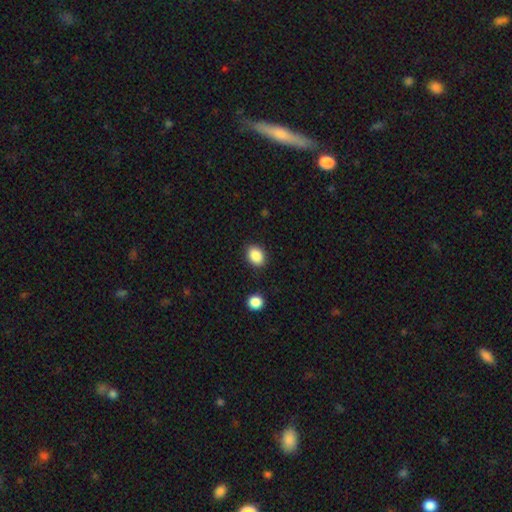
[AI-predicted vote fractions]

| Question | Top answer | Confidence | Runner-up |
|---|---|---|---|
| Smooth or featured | smooth | 88% | star or artifact (8%) |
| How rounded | in between | 60% | round (39%) |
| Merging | none | 87% | minor disturbance (8%) |